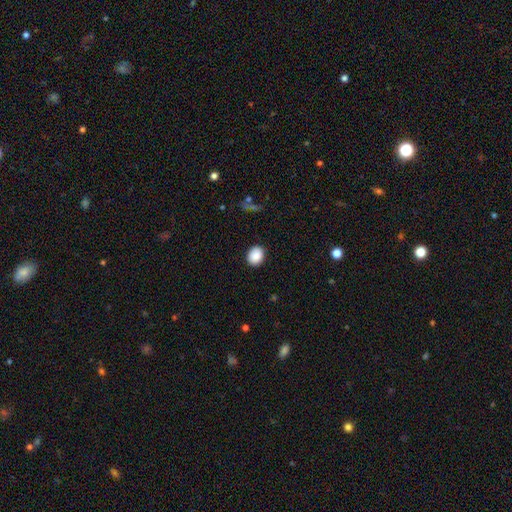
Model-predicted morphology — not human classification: A smooth galaxy with no disk features (88%) that is round (56%). Merging: none (90%).